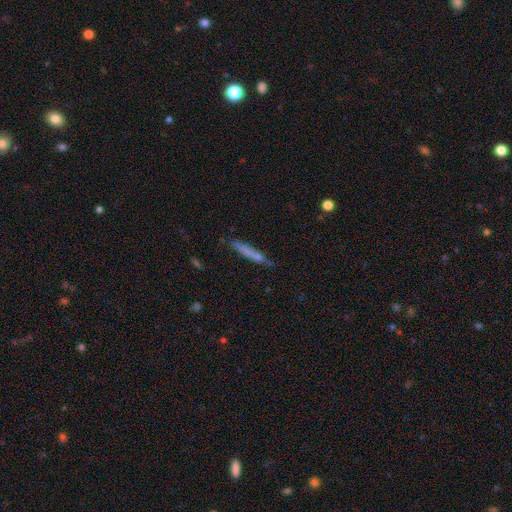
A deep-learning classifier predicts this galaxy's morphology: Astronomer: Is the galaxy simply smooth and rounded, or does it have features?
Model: smooth — 63%.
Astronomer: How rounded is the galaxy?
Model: cigar-shaped — 95%.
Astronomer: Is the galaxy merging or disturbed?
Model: none — 75%.